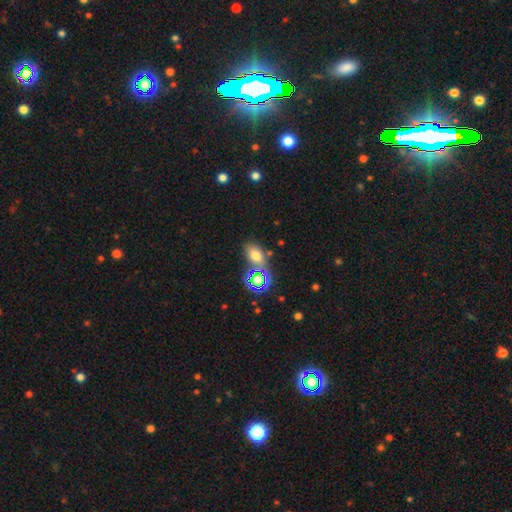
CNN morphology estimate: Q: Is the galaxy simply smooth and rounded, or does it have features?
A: smooth — 66%.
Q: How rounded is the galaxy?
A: in between — 76%.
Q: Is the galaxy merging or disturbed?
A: none — 68%.